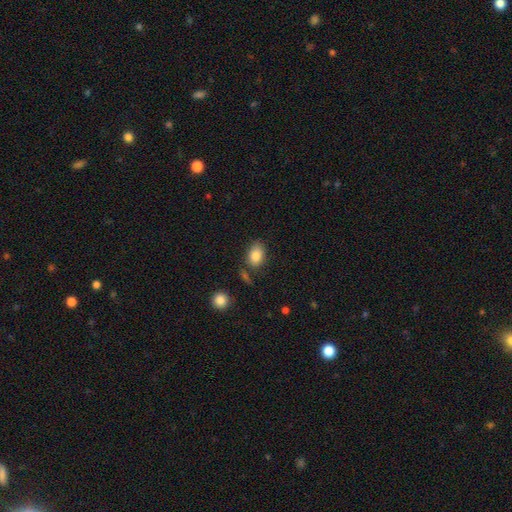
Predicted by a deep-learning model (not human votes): Q: Smooth or featured?
A: smooth (85%); runner-up: star or artifact (8%)
Q: How rounded?
A: in between (82%); runner-up: round (16%)
Q: Merging?
A: none (73%); runner-up: minor disturbance (16%)